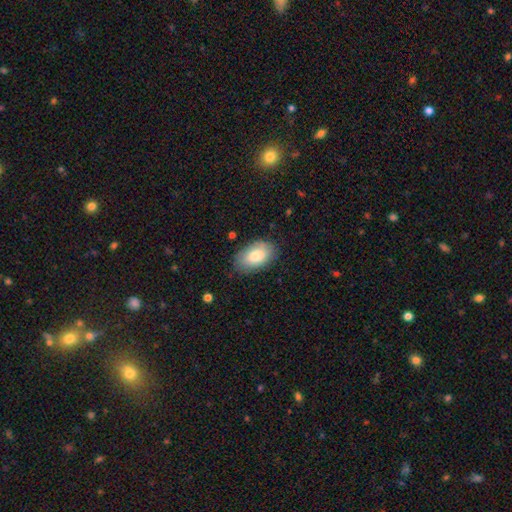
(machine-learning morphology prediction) smooth-or-featured: smooth: 81% | featured or disk: 12% | star or artifact: 7%
  how-rounded: in between: 93% | round: 5% | cigar-shaped: 1%
  merging: none: 83% | minor disturbance: 13% | major disturbance: 3% | merger: 1%